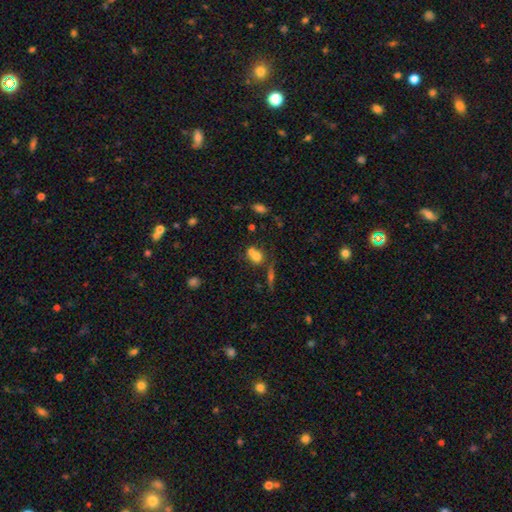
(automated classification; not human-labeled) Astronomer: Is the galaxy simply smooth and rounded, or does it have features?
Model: smooth — 68%.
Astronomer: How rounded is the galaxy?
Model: round — 62%.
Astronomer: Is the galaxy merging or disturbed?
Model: merger — 54% (runner-up: none, 32%).